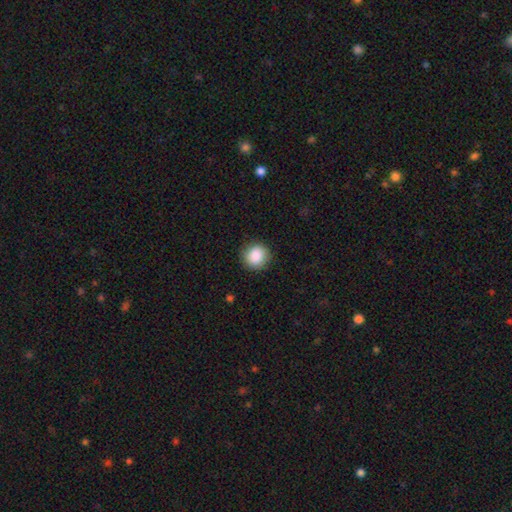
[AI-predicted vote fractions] Smooth or featured: smooth — 88% (star or artifact — 8%)
How rounded: round — 91% (in between — 8%)
Merging: none — 88% (minor disturbance — 8%)